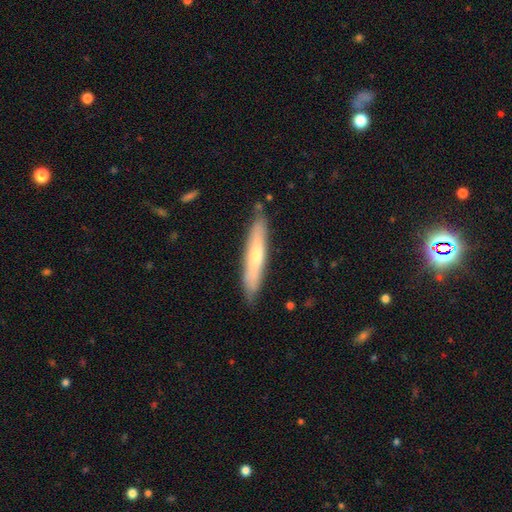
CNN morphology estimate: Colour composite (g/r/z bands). It shows a smooth galaxy with no disk features (56%) that is cigar-shaped (89%). Merging: none (83%).